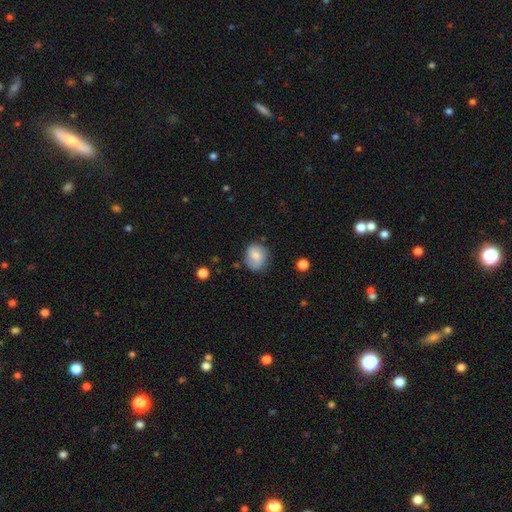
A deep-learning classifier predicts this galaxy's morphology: A smooth galaxy with no disk features (73%) that is round (72%).

Vote fractions:
- Smooth or featured? smooth: 73% / featured or disk: 19% / star or artifact: 8%
- How rounded? round: 72% / in between: 27% / cigar-shaped: 1%
- Merging? none: 71% / minor disturbance: 22% / major disturbance: 5% / merger: 2%